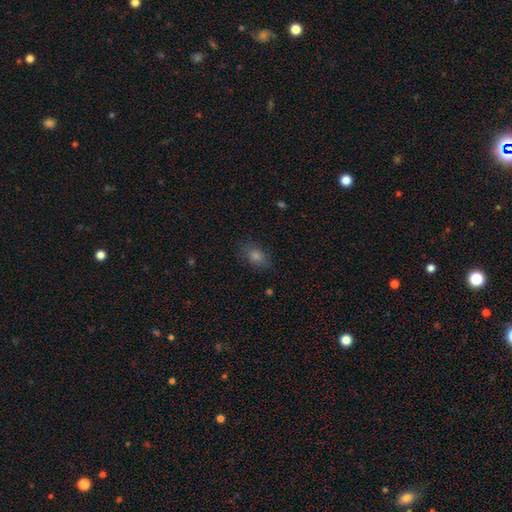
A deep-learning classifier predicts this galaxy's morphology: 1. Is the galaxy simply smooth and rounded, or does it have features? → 70% smooth, 20% star or artifact, 10% featured or disk.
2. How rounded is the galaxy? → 71% in between, 27% round, 2% cigar-shaped.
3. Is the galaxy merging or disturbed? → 82% none, 13% minor disturbance, 3% major disturbance, 1% merger.